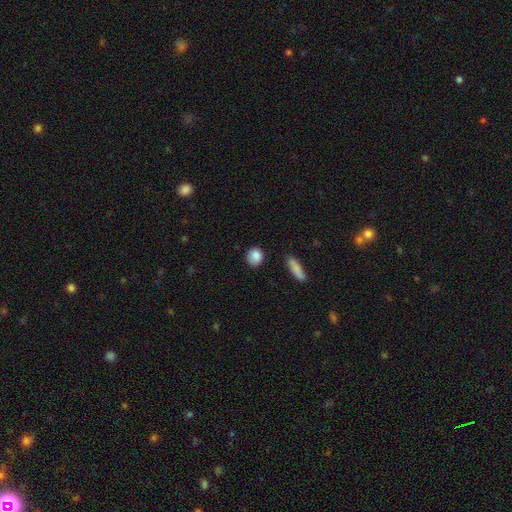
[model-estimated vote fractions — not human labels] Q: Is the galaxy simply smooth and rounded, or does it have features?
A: smooth — 86%.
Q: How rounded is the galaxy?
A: round — 80%.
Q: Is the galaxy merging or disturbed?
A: none — 82%.